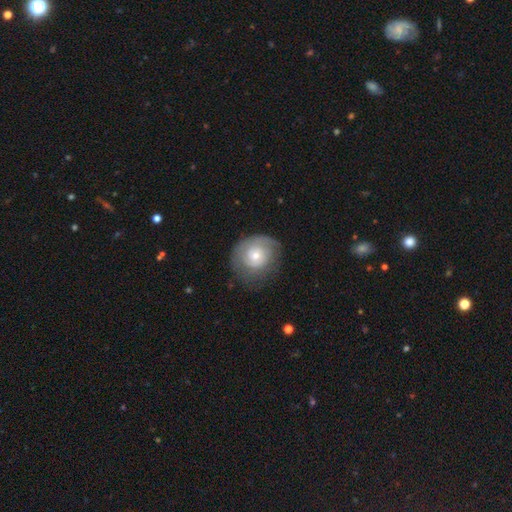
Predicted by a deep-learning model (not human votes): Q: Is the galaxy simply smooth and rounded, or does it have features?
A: featured or disk — 52%.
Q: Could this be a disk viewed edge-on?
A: no — 96%.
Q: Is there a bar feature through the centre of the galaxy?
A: no — 81%.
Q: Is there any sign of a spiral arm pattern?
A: yes — 69%.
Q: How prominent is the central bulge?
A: small — 52%.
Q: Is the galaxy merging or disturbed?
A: none — 64%.